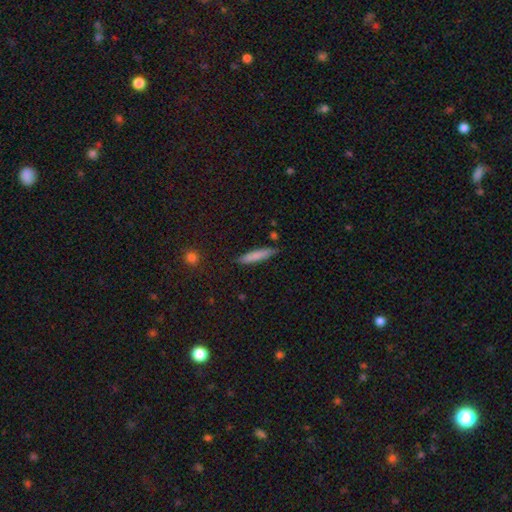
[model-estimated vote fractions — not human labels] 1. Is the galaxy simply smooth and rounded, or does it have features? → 80% smooth, 14% featured or disk, 7% star or artifact.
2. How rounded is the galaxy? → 87% cigar-shaped, 11% in between, 1% round.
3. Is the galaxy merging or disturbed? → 83% none, 12% minor disturbance, 2% merger, 2% major disturbance.